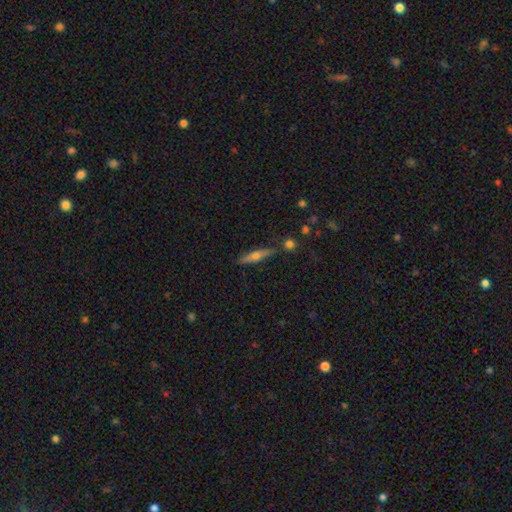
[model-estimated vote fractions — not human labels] Smooth or featured? featured or disk (55%)
Edge-on disk? yes (93%)
Edge-on bulge? rounded (86%)
Merging? none (81%)